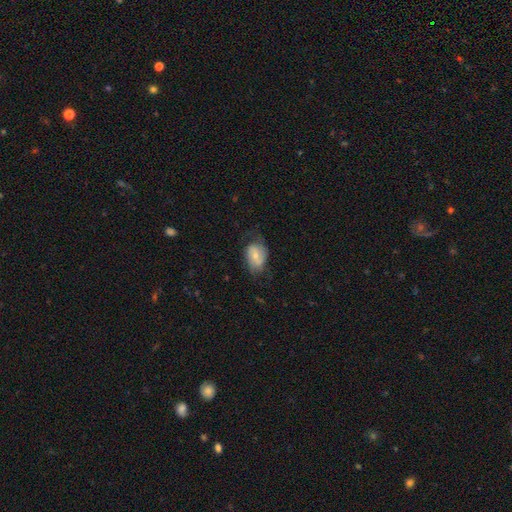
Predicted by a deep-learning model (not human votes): smooth-or-featured: smooth: 51% | featured or disk: 41% | star or artifact: 8%
  how-rounded: in between: 81% | round: 18% | cigar-shaped: 1%
  merging: none: 54% | minor disturbance: 29% | major disturbance: 15% | merger: 1%